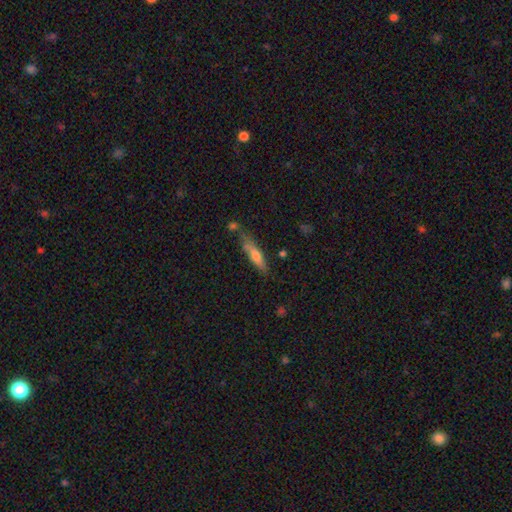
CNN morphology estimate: This is possibly a smooth galaxy (58%). How rounded: clearly cigar-shaped (80%). Merging: likely none (64%).